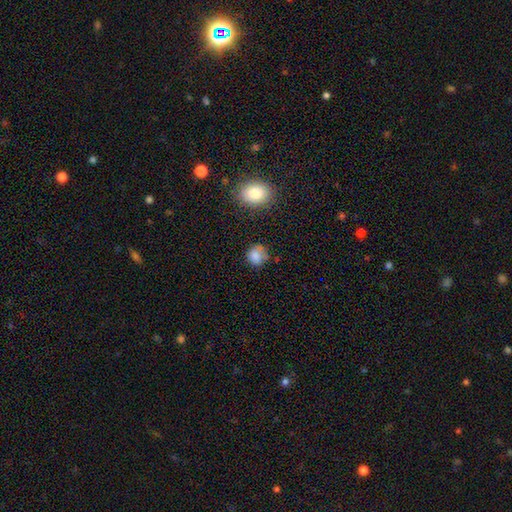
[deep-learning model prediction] This appears to be a smooth galaxy with no disk features (81%) that is round (73%). Merging: none (58%).